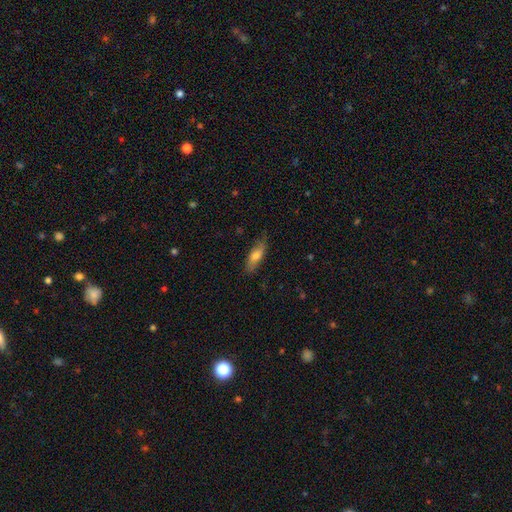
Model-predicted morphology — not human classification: A smooth galaxy with no disk features (70%) that is in between round and cigar-shaped (57%).

Vote fractions:
- Smooth or featured? smooth: 70% / featured or disk: 23% / star or artifact: 7%
- How rounded? in between: 57% / cigar-shaped: 40% / round: 2%
- Merging? none: 79% / minor disturbance: 17% / major disturbance: 4% / merger: 1%